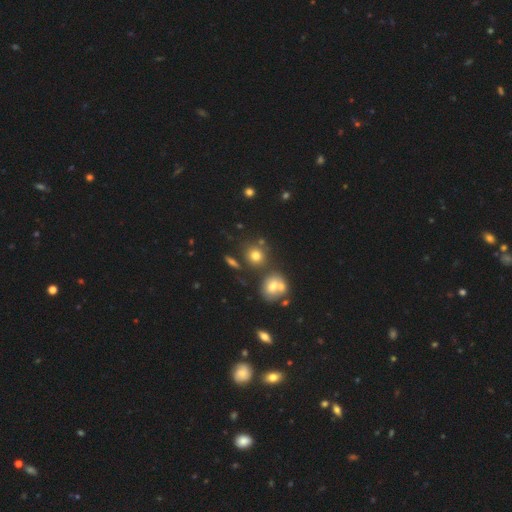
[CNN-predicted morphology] Smooth or featured: smooth — 72% (star or artifact — 16%)
How rounded: round — 84% (in between — 14%)
Merging: none — 68% (merger — 18%)